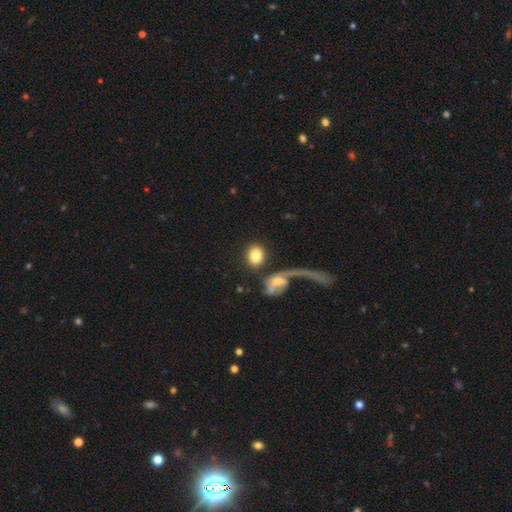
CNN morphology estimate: smooth 82%, featured or disk 11%, star or artifact 7%. Down the decision tree: how rounded — in between (55%); merging — none (70%).